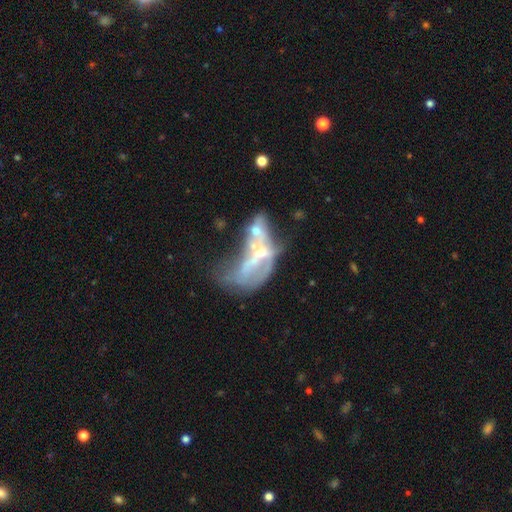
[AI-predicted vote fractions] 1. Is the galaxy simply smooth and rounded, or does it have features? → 64% featured or disk, 23% smooth, 13% star or artifact.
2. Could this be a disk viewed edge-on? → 92% no, 8% yes.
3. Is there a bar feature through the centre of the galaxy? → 76% no, 16% weak, 8% strong.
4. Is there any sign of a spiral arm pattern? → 81% no, 19% yes.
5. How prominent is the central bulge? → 37% small, 31% moderate, 27% none, 4% large, 2% dominant.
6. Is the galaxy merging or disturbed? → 50% merger, 29% major disturbance, 12% none, 9% minor disturbance.